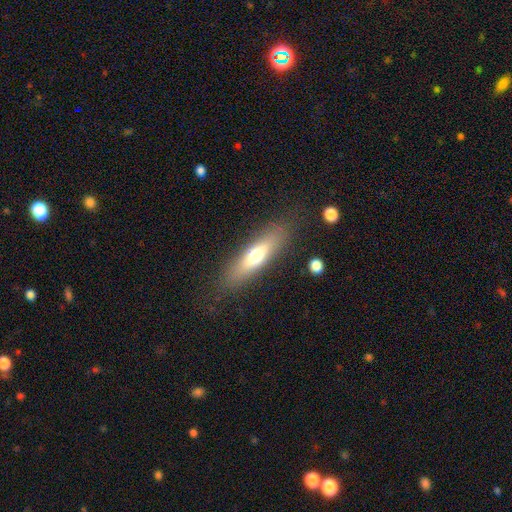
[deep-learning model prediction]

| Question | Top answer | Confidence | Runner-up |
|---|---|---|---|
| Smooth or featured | smooth | 61% | featured or disk (32%) |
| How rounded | cigar-shaped | 65% | in between (33%) |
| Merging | none | 82% | minor disturbance (12%) |